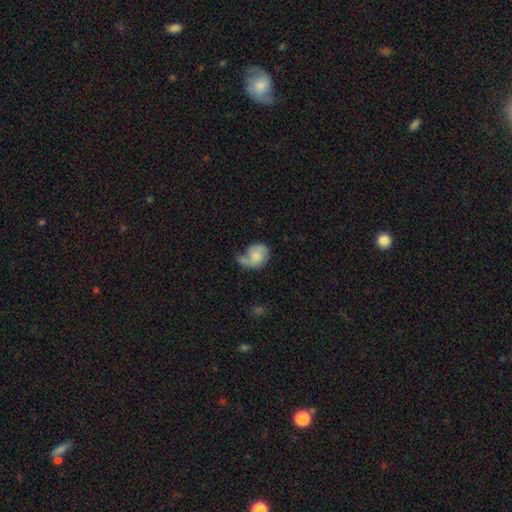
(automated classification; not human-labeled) Smooth or featured: featured or disk — 54% (smooth — 39%)
Edge-on disk: no — 97% (yes — 3%)
Bar: no — 73% (weak — 23%)
Spiral arms: yes — 83% (no — 17%)
Bulge size: small — 45% (moderate — 39%)
Merging: none — 35% (minor disturbance — 30%)